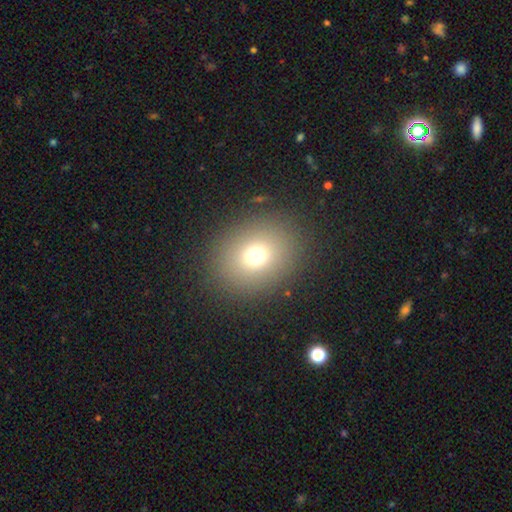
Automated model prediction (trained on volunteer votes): A smooth galaxy with no disk features (72%) that is round (66%). Merging: none (88%).